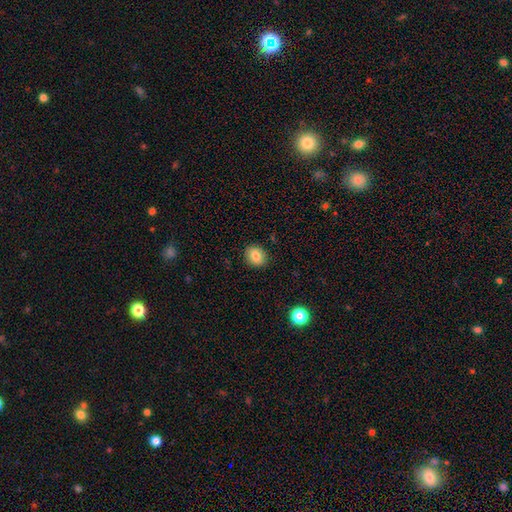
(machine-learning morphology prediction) A smooth galaxy with no disk features (83%) that is round (57%).

Vote fractions:
- Smooth or featured? smooth: 83% / star or artifact: 9% / featured or disk: 8%
- How rounded? round: 57% / in between: 42% / cigar-shaped: 1%
- Merging? none: 89% / minor disturbance: 8% / major disturbance: 2% / merger: 1%